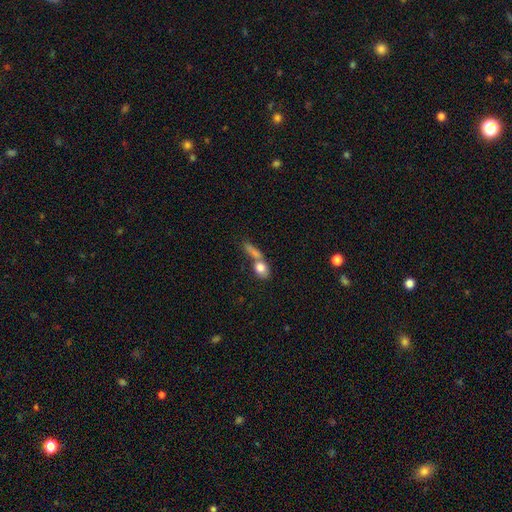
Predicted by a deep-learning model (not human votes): The model was most divided on "how rounded": round: 38%, in between: 37%, cigar-shaped: 25%. Remaining: smooth or featured — smooth (64%); merging — none (41%).